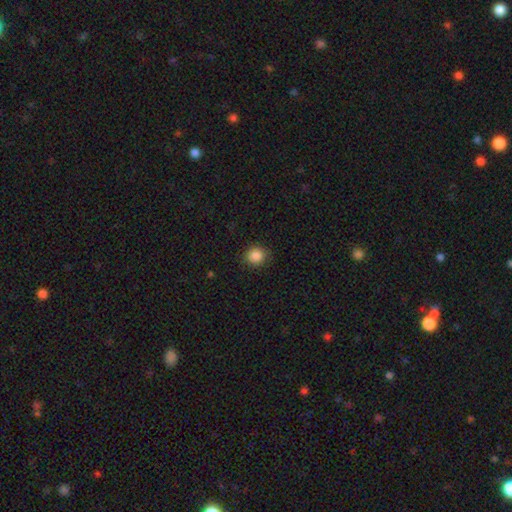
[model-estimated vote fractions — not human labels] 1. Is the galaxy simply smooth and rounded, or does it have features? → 87% smooth, 10% star or artifact, 3% featured or disk.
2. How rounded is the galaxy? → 85% round, 14% in between, 1% cigar-shaped.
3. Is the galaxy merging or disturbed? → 86% none, 10% minor disturbance, 3% major disturbance, 1% merger.